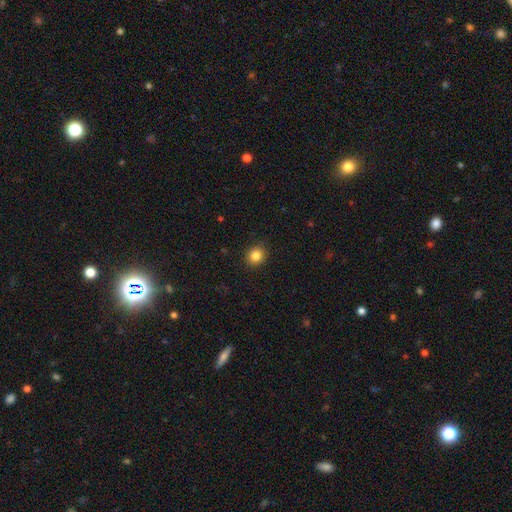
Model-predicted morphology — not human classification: This is clearly a smooth galaxy (84%). How rounded: likely round (77%). Merging: clearly none (90%).